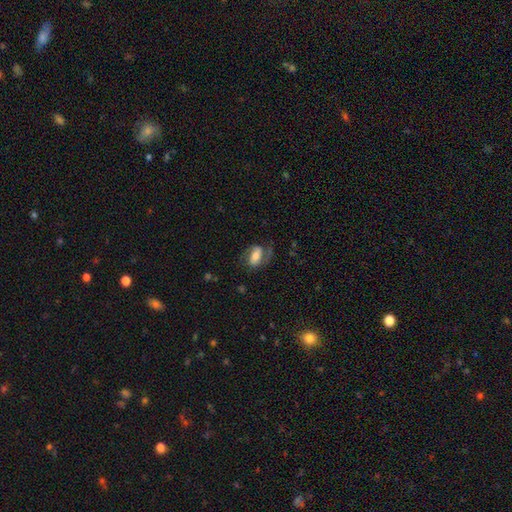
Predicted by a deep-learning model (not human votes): A featured or disk galaxy (62%) with a strong bar (37%), 2 (83%) medium (48%) spiral arms (88%) and a moderate central bulge (51%).

Vote fractions:
- Smooth or featured? featured or disk: 62% / smooth: 31% / star or artifact: 7%
- Edge-on disk? no: 95% / yes: 5%
- Bar? strong: 37% / weak: 34% / no: 28%
- Spiral arms? yes: 88% / no: 12%
- Spiral winding? medium: 48% / loose: 34% / tight: 18%
- Spiral arm count? 2: 83% / 1: 9% / can't tell: 5% / 3: 1% / 4: 1% / more than 4: 1%
- Bulge size? moderate: 51% / small: 25% / large: 18% / dominant: 3% / none: 3%
- Merging? none: 63% / minor disturbance: 18% / major disturbance: 17% / merger: 2%